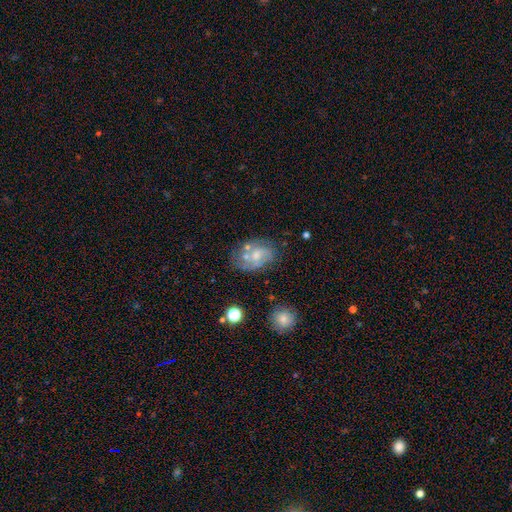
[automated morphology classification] Smooth or featured?
  - featured or disk: 54% *
  - smooth: 36%
  - star or artifact: 10%
Edge-on disk?
  - no: 96% *
  - yes: 4%
Bar?
  - no: 71% *
  - weak: 25%
  - strong: 4%
Spiral arms?
  - yes: 60% *
  - no: 40%
Bulge size?
  - small: 43% *
  - moderate: 41%
  - none: 11%
  - large: 4%
  - dominant: 1%
Merging?
  - none: 49% *
  - minor disturbance: 23%
  - merger: 15%
  - major disturbance: 13%